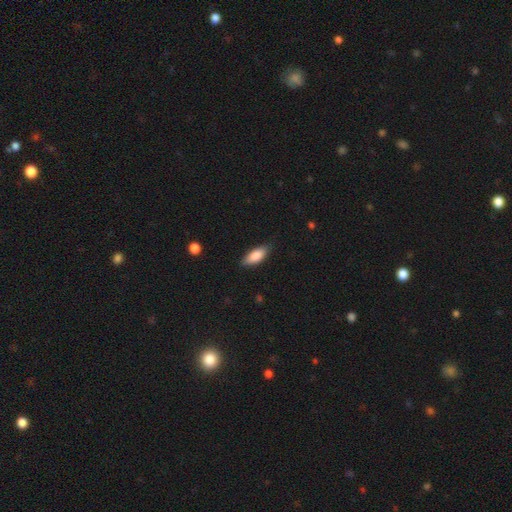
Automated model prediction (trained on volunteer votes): A smooth galaxy with no disk features (82%) that is in between round and cigar-shaped (80%). Merging: none (80%).